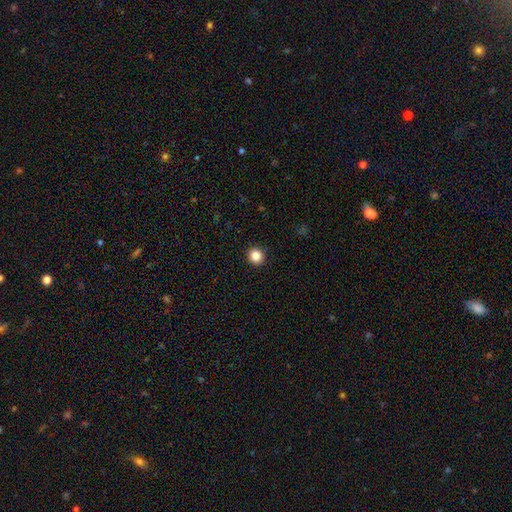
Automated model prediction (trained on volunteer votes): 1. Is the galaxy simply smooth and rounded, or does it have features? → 86% smooth, 10% star or artifact, 3% featured or disk.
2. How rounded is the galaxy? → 91% round, 8% in between, 1% cigar-shaped.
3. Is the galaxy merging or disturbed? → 93% none, 5% minor disturbance, 2% major disturbance, 1% merger.